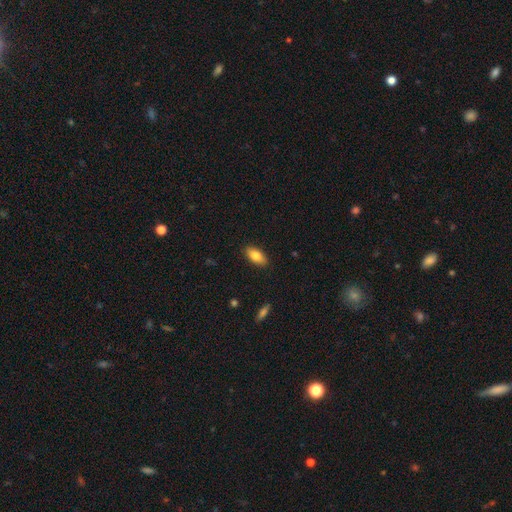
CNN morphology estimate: smooth_or_featured: smooth (p=0.82) [alt: featured or disk p=0.11]
how_rounded: in between (p=0.89) [alt: cigar-shaped p=0.08]
merging: none (p=0.88) [alt: minor disturbance p=0.09]